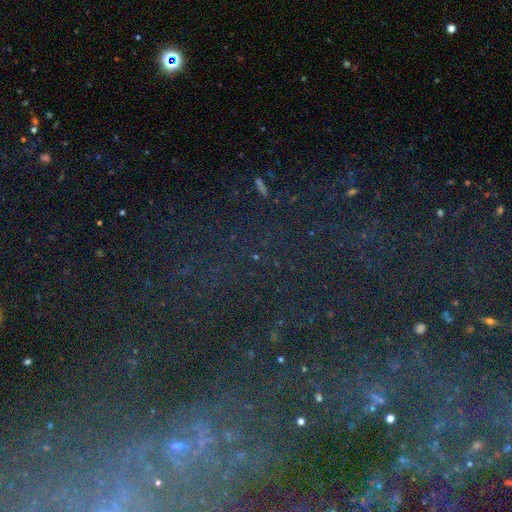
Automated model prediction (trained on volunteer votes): This is likely a star or artifact rather than a galaxy (61%).